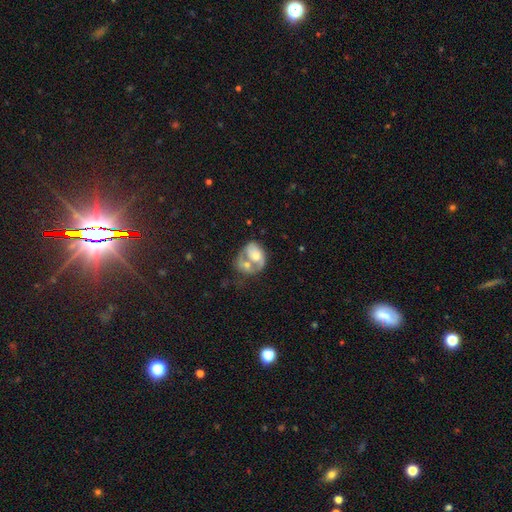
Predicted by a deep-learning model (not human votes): A featured or disk galaxy (49%).

Vote fractions:
- Smooth or featured? featured or disk: 49% / smooth: 44% / star or artifact: 7%
- Merging? merger: 64% / none: 14% / major disturbance: 13% / minor disturbance: 10%